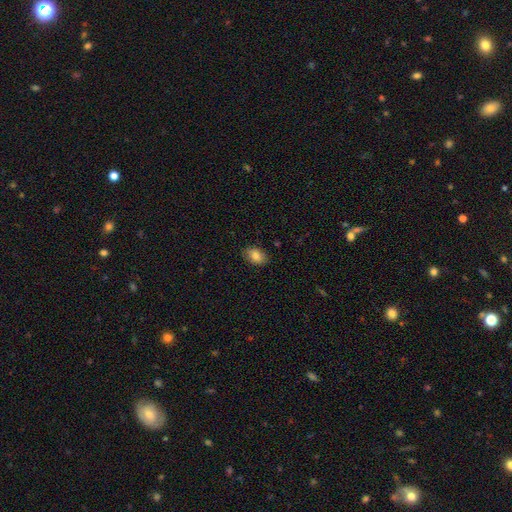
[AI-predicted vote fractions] Morphology: type=smooth (82%); roundness=in between (85%); merging=none (84%).